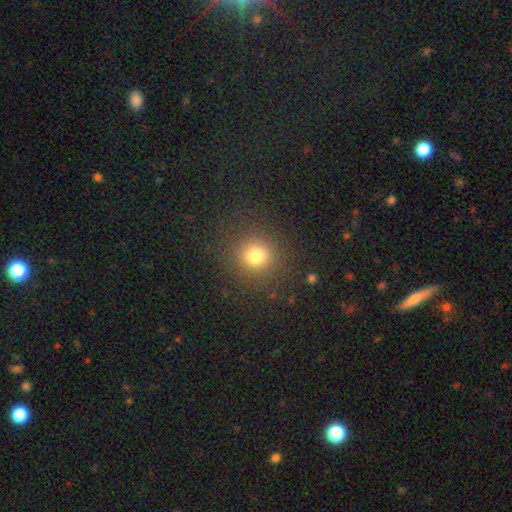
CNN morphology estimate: This appears to be a smooth galaxy with no disk features (75%) that is round (90%). Merging: none (87%).